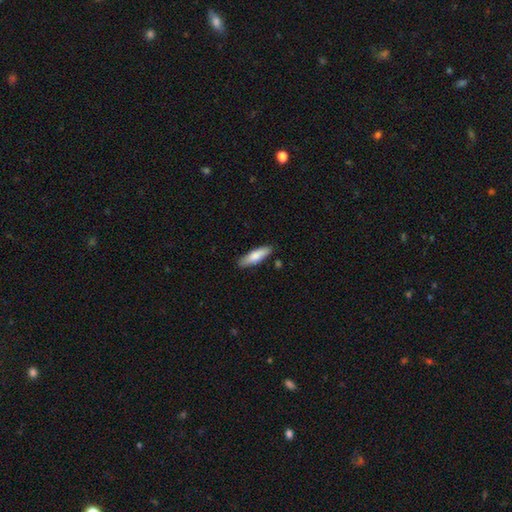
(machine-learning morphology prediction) A smooth galaxy with no disk features (80%) that is cigar-shaped (55%). Merging: none (85%).